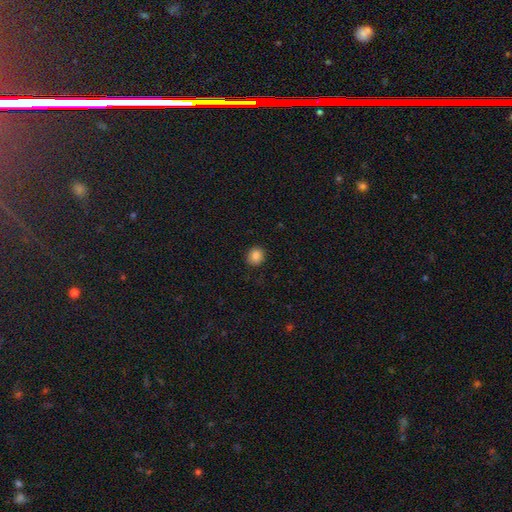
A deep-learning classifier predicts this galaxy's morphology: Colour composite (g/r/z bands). It shows a smooth galaxy with no disk features (85%) that is round (84%). Merging: none (90%).